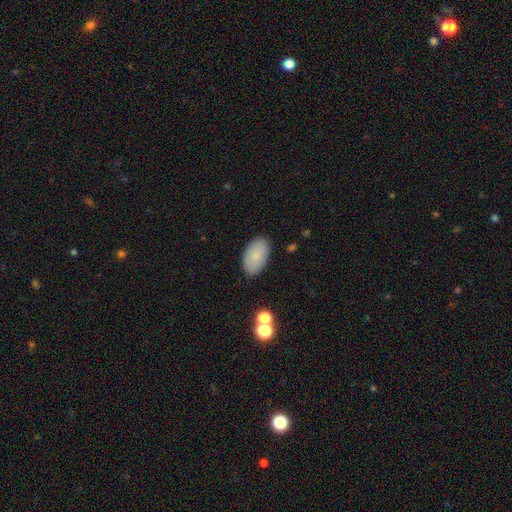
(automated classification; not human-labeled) A smooth galaxy with no disk features (83%) that is in between round and cigar-shaped (95%). Merging: none (86%).